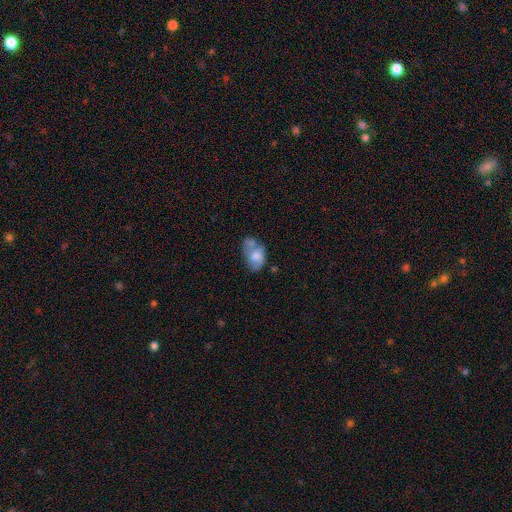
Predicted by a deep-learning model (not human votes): Smooth or featured?
  - smooth: 66% *
  - featured or disk: 26%
  - star or artifact: 8%
How rounded?
  - in between: 84% *
  - round: 15%
  - cigar-shaped: 1%
Merging?
  - merger: 38% *
  - none: 30%
  - minor disturbance: 21%
  - major disturbance: 11%